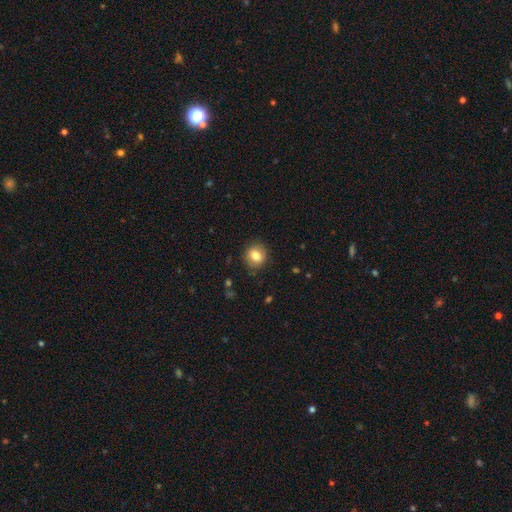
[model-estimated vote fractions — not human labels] This is clearly a smooth galaxy (81%). How rounded: likely round (79%). Merging: clearly none (87%).